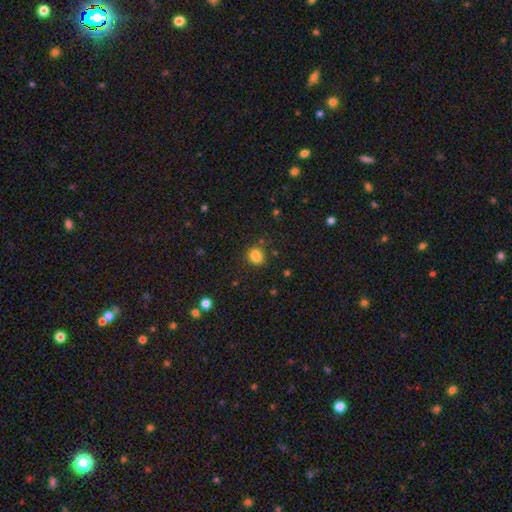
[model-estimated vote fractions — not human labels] smooth-or-featured: smooth: 80% | star or artifact: 13% | featured or disk: 7%
  how-rounded: round: 51% | in between: 48% | cigar-shaped: 1%
  merging: none: 63% | minor disturbance: 19% | merger: 11% | major disturbance: 7%